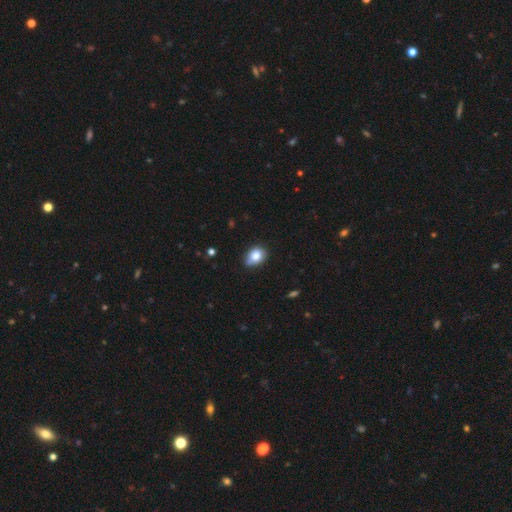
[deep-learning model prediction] smooth_or_featured: smooth (p=0.81) [alt: featured or disk p=0.10]
how_rounded: in between (p=0.56) [alt: round p=0.43]
merging: none (p=0.63) [alt: minor disturbance p=0.27]